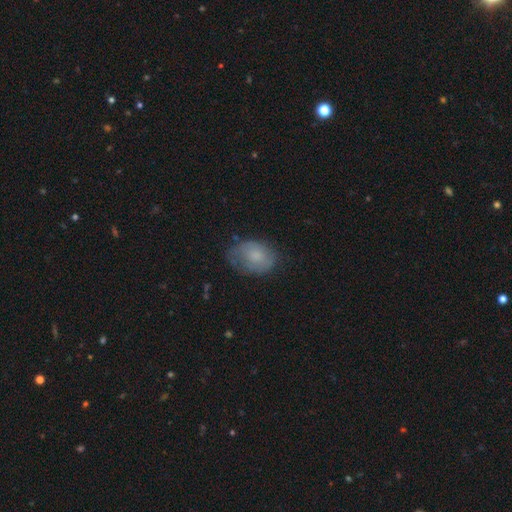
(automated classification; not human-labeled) Smooth or featured? smooth (63%)
How rounded? in between (74%)
Merging? none (58%)